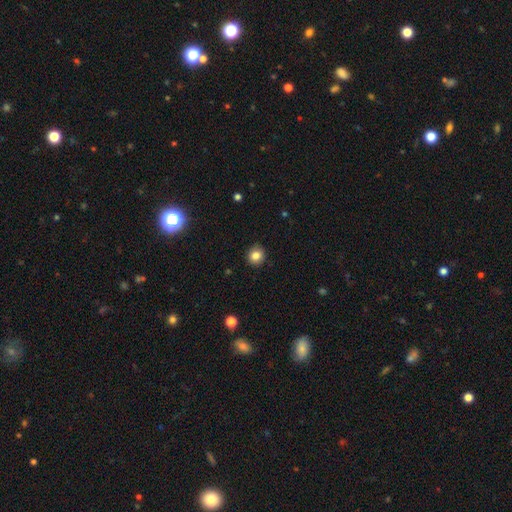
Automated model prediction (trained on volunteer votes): smooth 84%, star or artifact 11%, featured or disk 6%. Down the decision tree: how rounded — round (85%); merging — none (90%).